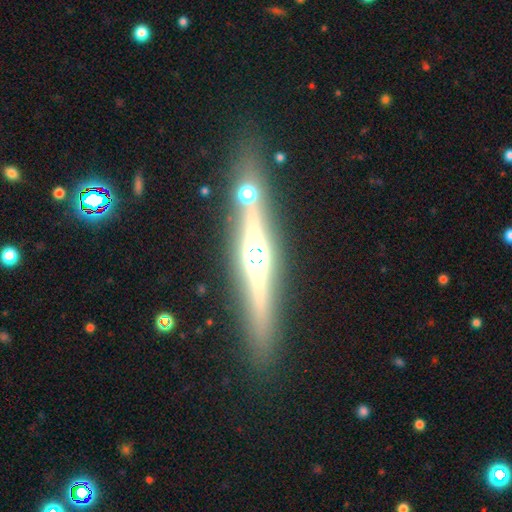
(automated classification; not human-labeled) This appears to be a featured or disk galaxy (79%) viewed edge-on (97%) with a rounded central bulge (83%). Merging: none (85%).